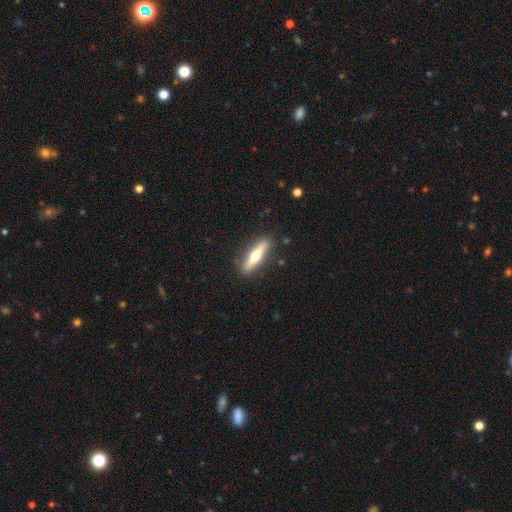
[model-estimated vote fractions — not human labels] Morphology: type=smooth (50%); roundness=cigar-shaped (75%); merging=none (88%).